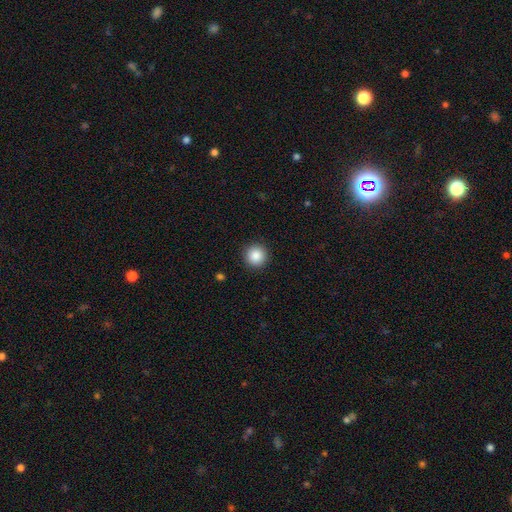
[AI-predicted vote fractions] Morphology: type=smooth (87%); roundness=round (96%); merging=none (92%).